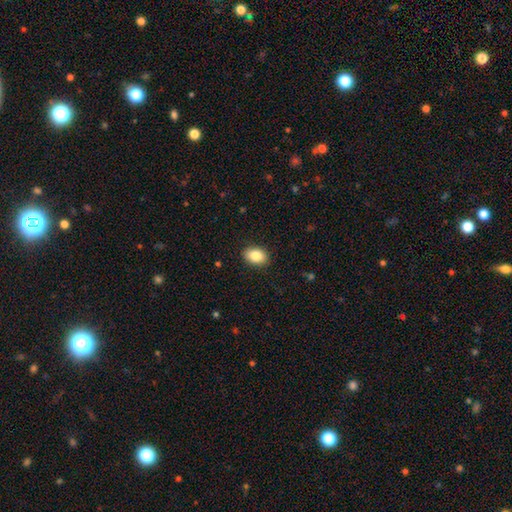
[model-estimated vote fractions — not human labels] Q: Smooth or featured?
A: smooth (85%); runner-up: star or artifact (8%)
Q: How rounded?
A: in between (80%); runner-up: round (19%)
Q: Merging?
A: none (89%); runner-up: minor disturbance (8%)